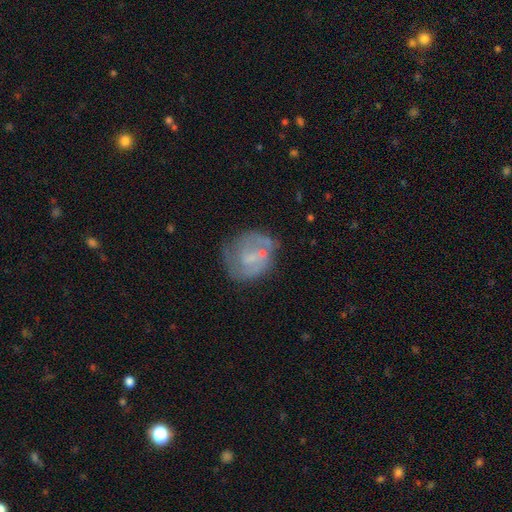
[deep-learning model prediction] Q: Smooth or featured?
A: featured or disk (60%); runner-up: smooth (30%)
Q: Edge-on disk?
A: no (97%); runner-up: yes (3%)
Q: Bar?
A: no (49%); runner-up: weak (41%)
Q: Spiral arms?
A: yes (63%); runner-up: no (37%)
Q: Bulge size?
A: small (45%); runner-up: none (30%)
Q: Merging?
A: none (59%); runner-up: minor disturbance (21%)